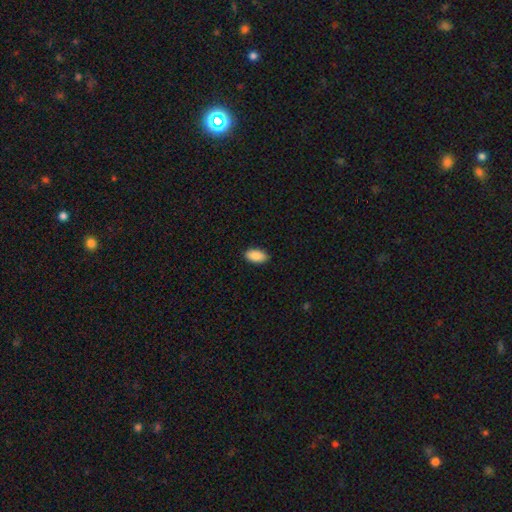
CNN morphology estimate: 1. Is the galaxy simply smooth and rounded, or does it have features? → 91% smooth, 7% star or artifact, 3% featured or disk.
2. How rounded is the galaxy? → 95% in between, 3% cigar-shaped, 3% round.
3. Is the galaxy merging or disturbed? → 89% none, 8% minor disturbance, 2% major disturbance, 1% merger.